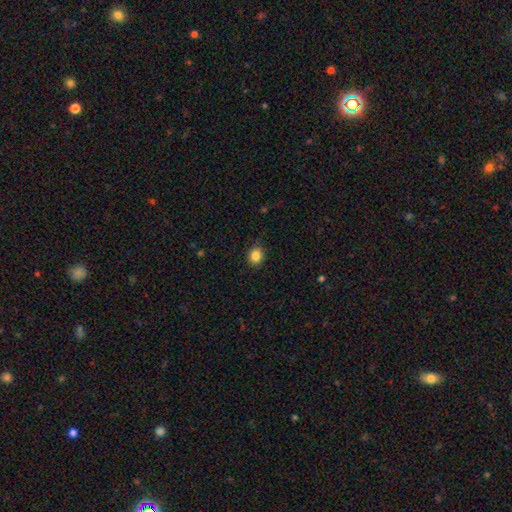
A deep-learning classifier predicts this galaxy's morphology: A smooth galaxy with no disk features (85%) that is round (71%).

Vote fractions:
- Smooth or featured? smooth: 85% / star or artifact: 10% / featured or disk: 5%
- How rounded? round: 71% / in between: 29% / cigar-shaped: 1%
- Merging? none: 86% / minor disturbance: 11% / major disturbance: 2% / merger: 1%